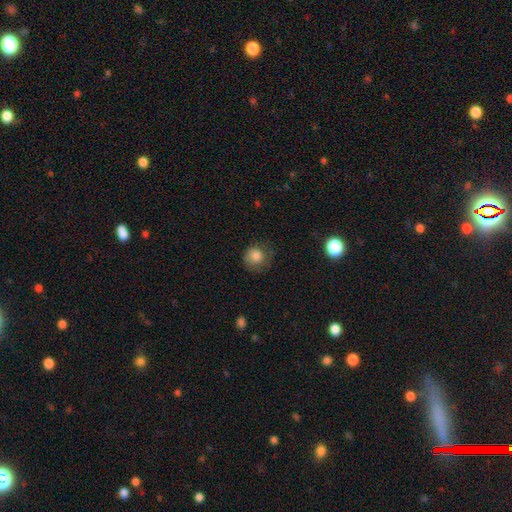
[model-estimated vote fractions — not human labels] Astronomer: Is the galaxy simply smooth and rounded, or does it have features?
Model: smooth — 81%.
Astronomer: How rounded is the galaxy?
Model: round — 86%.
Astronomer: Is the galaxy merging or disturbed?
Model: none — 64%.